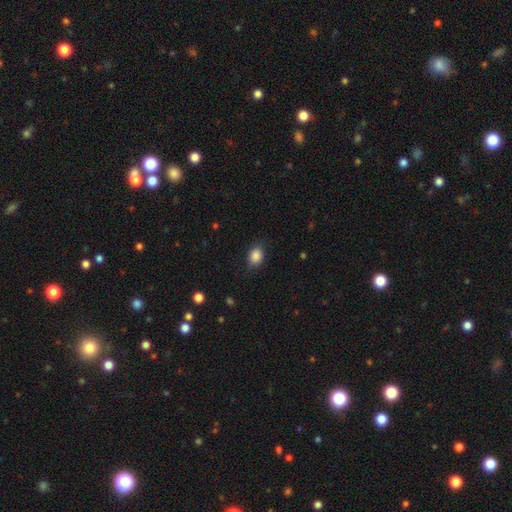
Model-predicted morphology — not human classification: A smooth galaxy with no disk features (87%) that is in between round and cigar-shaped (66%).

Vote fractions:
- Smooth or featured? smooth: 87% / star or artifact: 9% / featured or disk: 4%
- How rounded? in between: 66% / round: 33% / cigar-shaped: 1%
- Merging? none: 82% / minor disturbance: 13% / major disturbance: 3% / merger: 1%